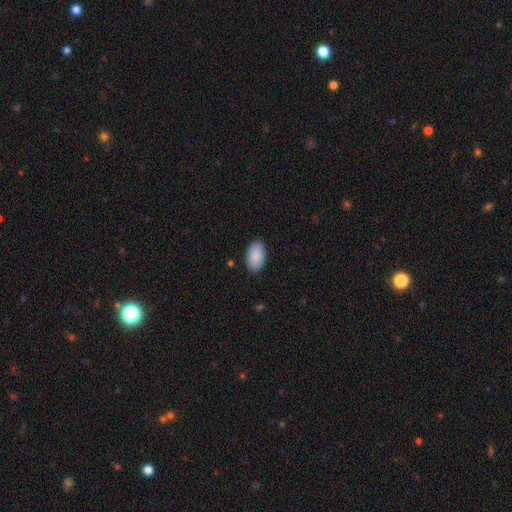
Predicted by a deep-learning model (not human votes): smooth 90%, star or artifact 6%, featured or disk 5%. Down the decision tree: how rounded — in between (95%); merging — none (86%).